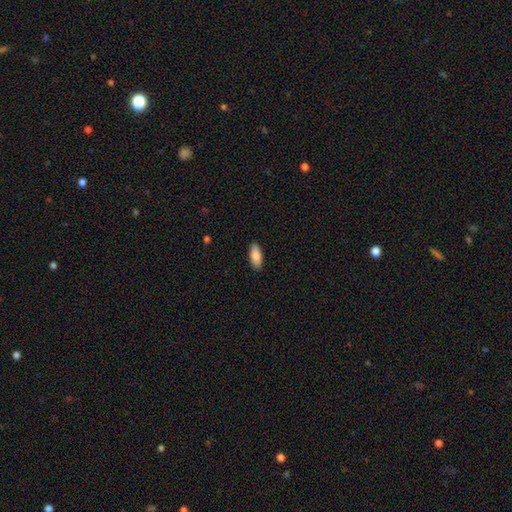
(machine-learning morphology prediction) Smooth or featured?
  - smooth: 85% *
  - featured or disk: 9%
  - star or artifact: 6%
How rounded?
  - in between: 82% *
  - cigar-shaped: 16%
  - round: 2%
Merging?
  - none: 90% *
  - minor disturbance: 8%
  - major disturbance: 2%
  - merger: 1%